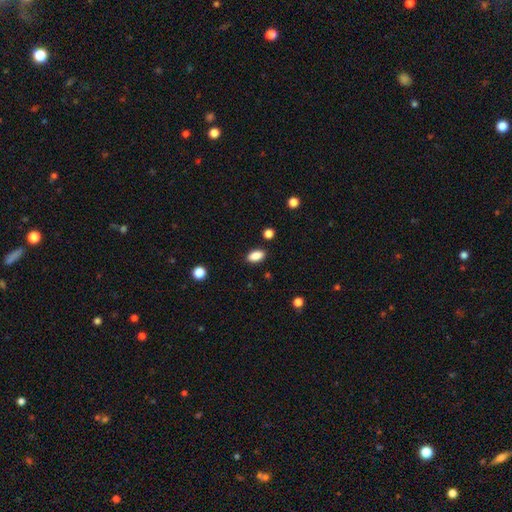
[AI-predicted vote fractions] smooth-or-featured: smooth: 87% | star or artifact: 8% | featured or disk: 4%
  how-rounded: in between: 90% | round: 5% | cigar-shaped: 5%
  merging: none: 87% | minor disturbance: 9% | major disturbance: 2% | merger: 2%